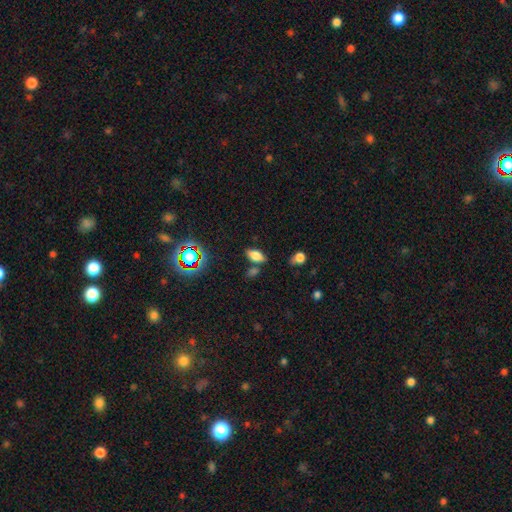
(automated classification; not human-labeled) Smooth or featured? Predicted: smooth (p=0.74). How rounded? Predicted: in between (p=0.87). Merging? Predicted: none (p=0.71).